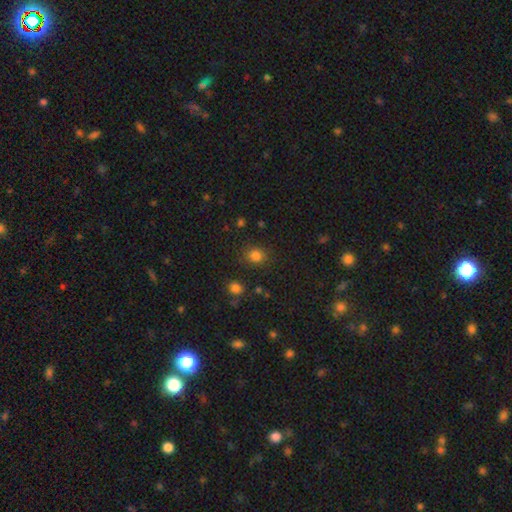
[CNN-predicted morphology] The model was most divided on "how rounded": round: 77%, in between: 23%, cigar-shaped: 1%. More confident: merging — none (82%); smooth or featured — smooth (81%).